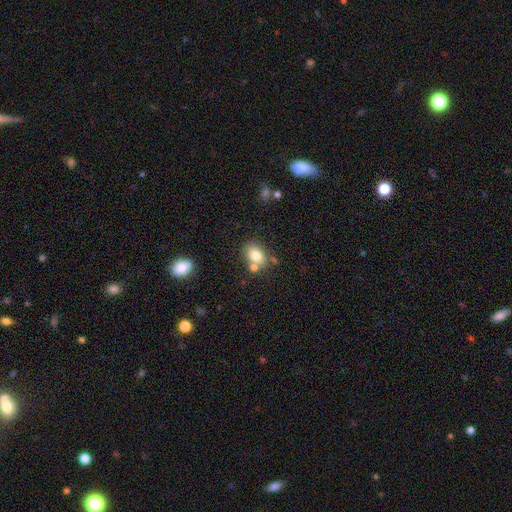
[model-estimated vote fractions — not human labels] This appears to be a smooth galaxy with no disk features (78%) that is in between round and cigar-shaped (73%). Merging: none (58%).